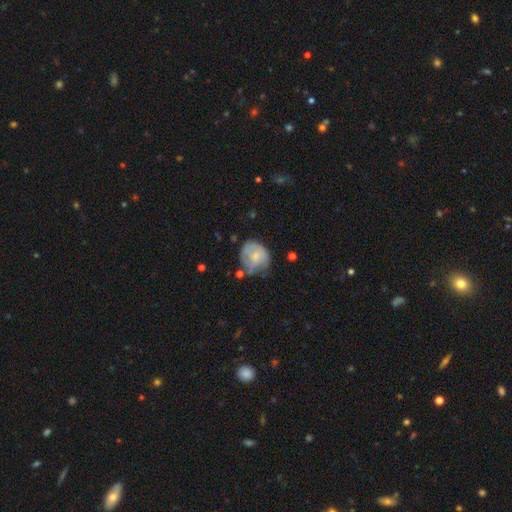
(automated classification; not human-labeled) A smooth galaxy with no disk features (50%). Merging: none (41%).